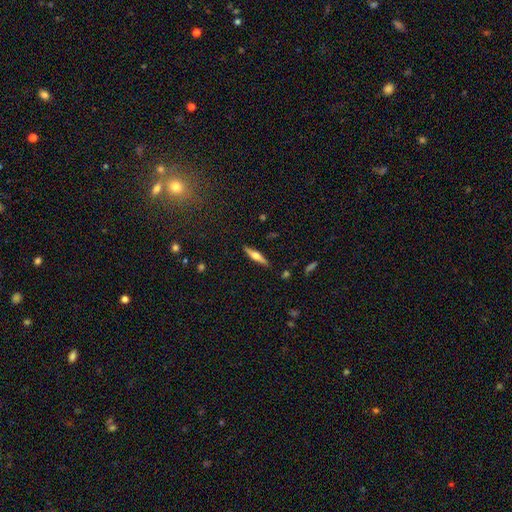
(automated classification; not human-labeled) Q: Smooth or featured?
A: featured or disk (60%); runner-up: smooth (34%)
Q: Edge-on disk?
A: yes (96%); runner-up: no (4%)
Q: Edge-on bulge?
A: rounded (91%); runner-up: boxy (5%)
Q: Merging?
A: none (89%); runner-up: minor disturbance (8%)